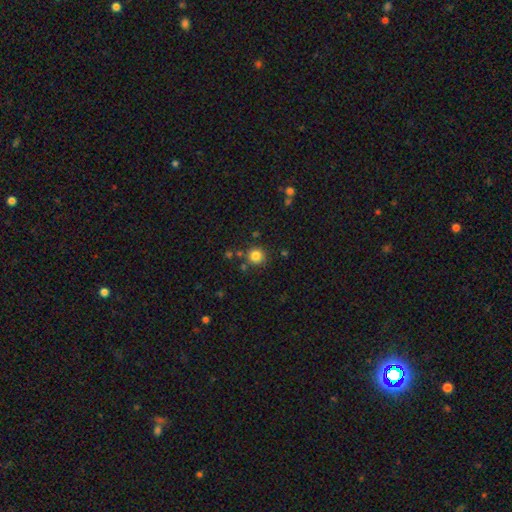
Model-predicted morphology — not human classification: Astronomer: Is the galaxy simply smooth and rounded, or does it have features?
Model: smooth — 83%.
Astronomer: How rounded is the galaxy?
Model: round — 94%.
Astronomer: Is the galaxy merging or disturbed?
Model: none — 83%.